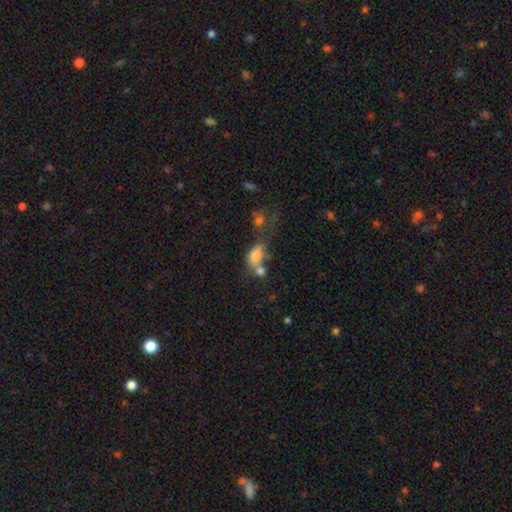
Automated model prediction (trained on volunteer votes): Smooth or featured? smooth (75%)
How rounded? in between (82%)
Merging? merger (49%)